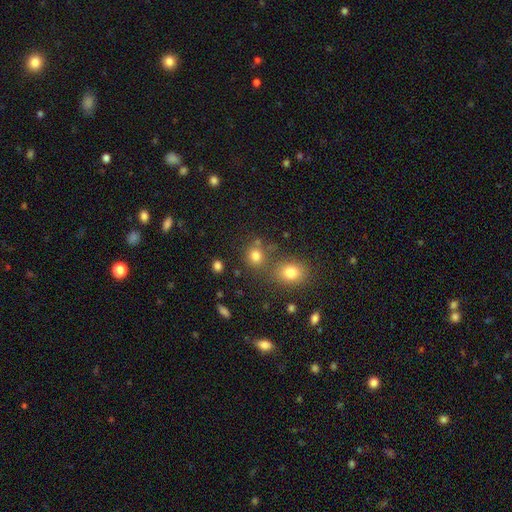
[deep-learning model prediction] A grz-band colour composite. It shows a smooth galaxy with no disk features (78%) that is round (82%). Merging: none (68%).